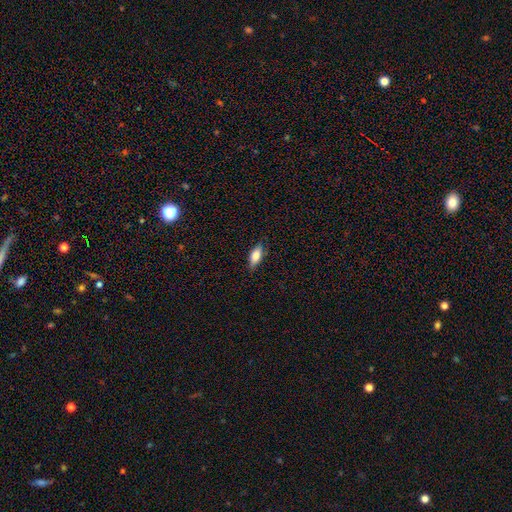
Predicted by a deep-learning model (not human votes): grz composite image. It shows a smooth galaxy with no disk features (76%) that is in between round and cigar-shaped (74%). Merging: none (82%).